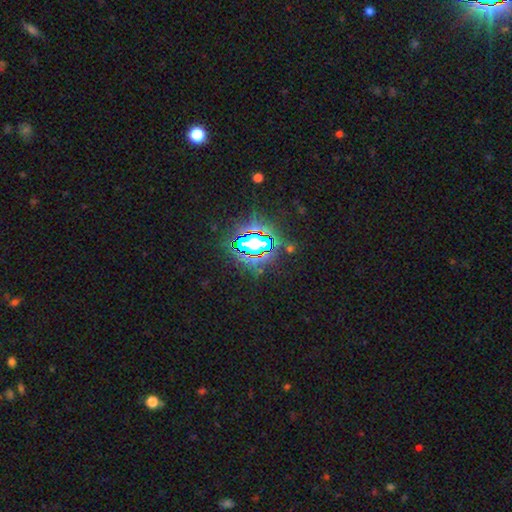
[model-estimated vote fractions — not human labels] smooth_or_featured: star or artifact (p=0.82) [alt: smooth p=0.10]